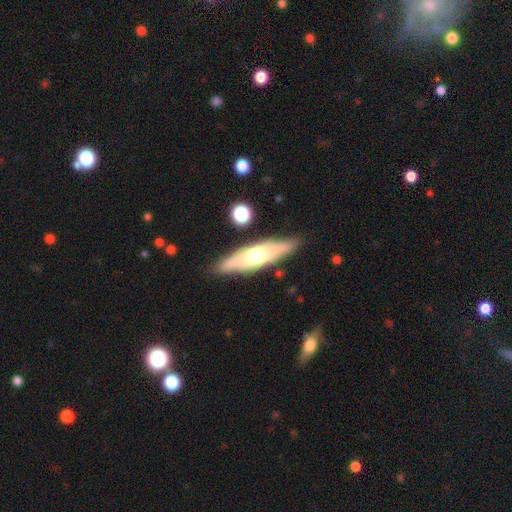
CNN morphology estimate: Smooth or featured? Predicted: featured or disk (p=0.47, tied with smooth). Merging? Predicted: none (p=0.84).